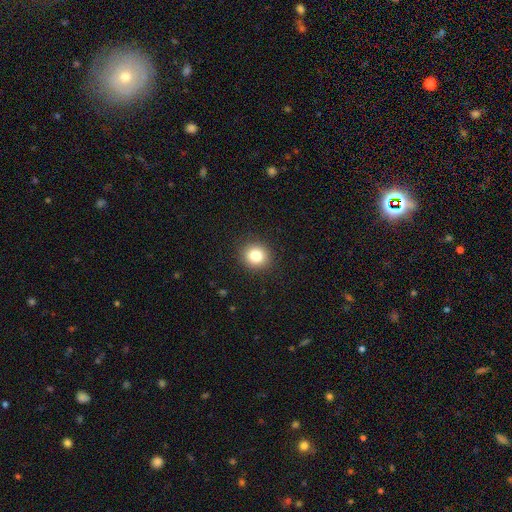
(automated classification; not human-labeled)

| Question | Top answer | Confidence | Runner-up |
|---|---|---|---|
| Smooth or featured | smooth | 83% | star or artifact (11%) |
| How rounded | round | 87% | in between (12%) |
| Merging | none | 91% | minor disturbance (6%) |